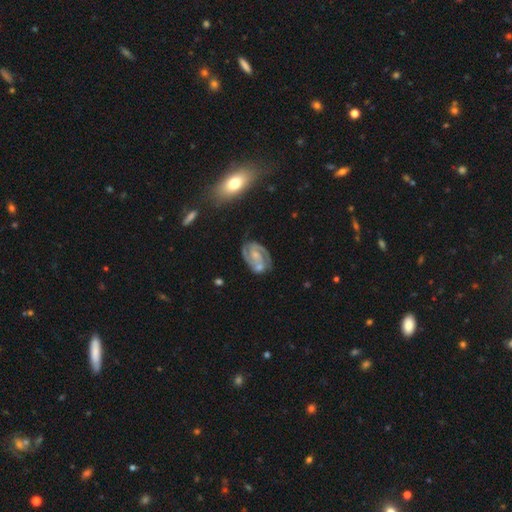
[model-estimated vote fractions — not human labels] Overall: featured or disk (87%). Edge-on disk: no (97%). Bar: no (49%; weak 39%). Spiral arms: yes (97%). Spiral arm count: 2 (86%). Spiral winding: tight (47%; medium 45%). Bulge size: small (58%; moderate 29%). Merging: none (64%).